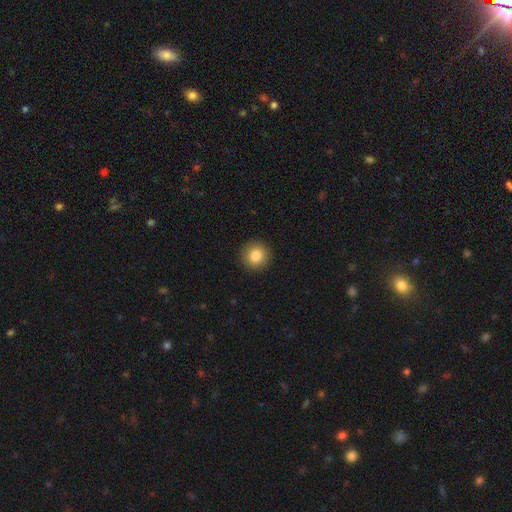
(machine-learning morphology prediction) Q: Smooth or featured?
A: smooth (83%); runner-up: star or artifact (10%)
Q: How rounded?
A: round (94%); runner-up: in between (5%)
Q: Merging?
A: none (92%); runner-up: minor disturbance (5%)